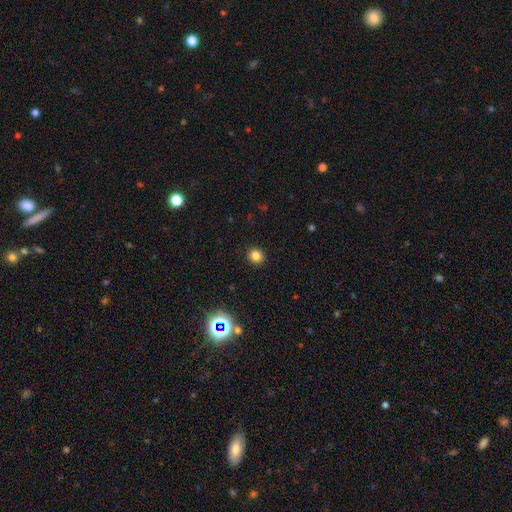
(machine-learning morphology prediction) smooth 83%, star or artifact 13%, featured or disk 4%. Down the decision tree: how rounded — round (84%); merging — none (91%).